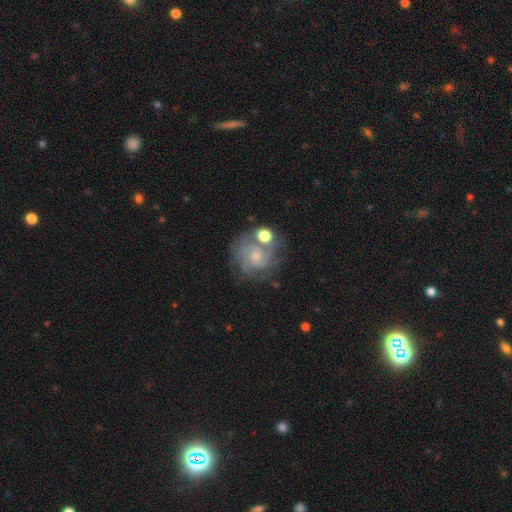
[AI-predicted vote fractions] A featured or disk galaxy (78%) with no bar (67%), 3 (28%) tight (56%) spiral arms (93%) and a small central bulge (59%).

Vote fractions:
- Smooth or featured? featured or disk: 78% / smooth: 14% / star or artifact: 8%
- Edge-on disk? no: 98% / yes: 2%
- Bar? no: 67% / weak: 29% / strong: 5%
- Spiral arms? yes: 93% / no: 7%
- Spiral winding? tight: 56% / medium: 36% / loose: 9%
- Spiral arm count? 3: 28% / 2: 27% / can't tell: 27% / 4: 9% / 1: 5% / more than 4: 5%
- Bulge size? small: 59% / moderate: 25% / none: 12% / large: 2% / dominant: 1%
- Merging? none: 59% / minor disturbance: 16% / merger: 15% / major disturbance: 10%